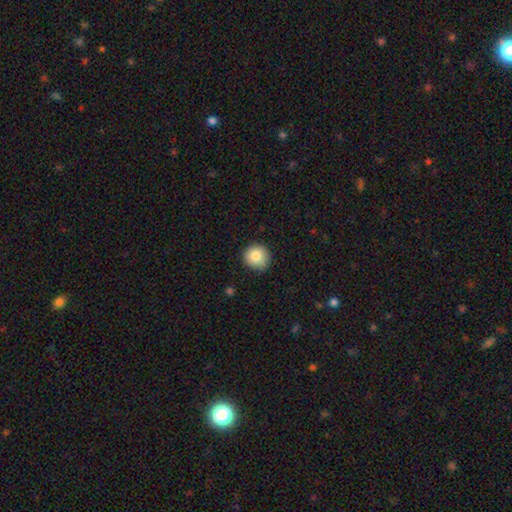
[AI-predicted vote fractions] Smooth or featured? smooth (83%)
How rounded? round (91%)
Merging? none (84%)